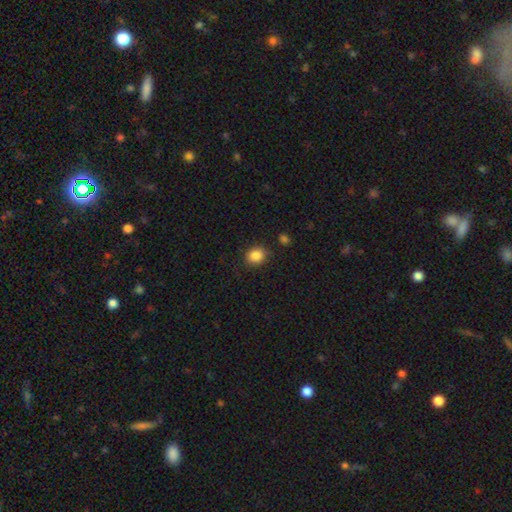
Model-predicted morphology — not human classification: Smooth or featured: smooth — 85% (star or artifact — 10%)
How rounded: round — 68% (in between — 31%)
Merging: none — 84% (minor disturbance — 12%)